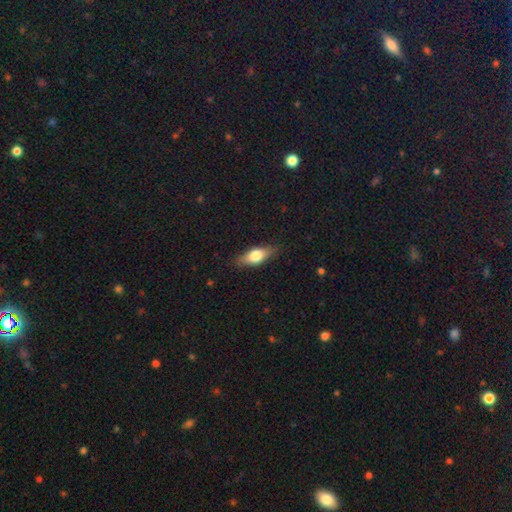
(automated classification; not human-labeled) This is likely a smooth galaxy (64%). How rounded: likely in between (71%). Merging: clearly none (83%).